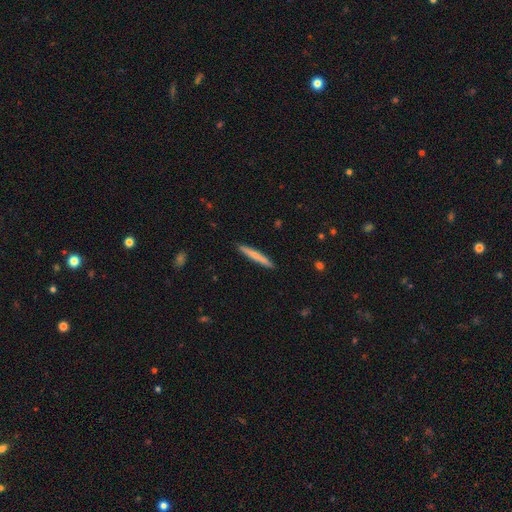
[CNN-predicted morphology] Smooth or featured? Predicted: smooth (p=0.68). How rounded? Predicted: cigar-shaped (p=0.96). Merging? Predicted: none (p=0.92).